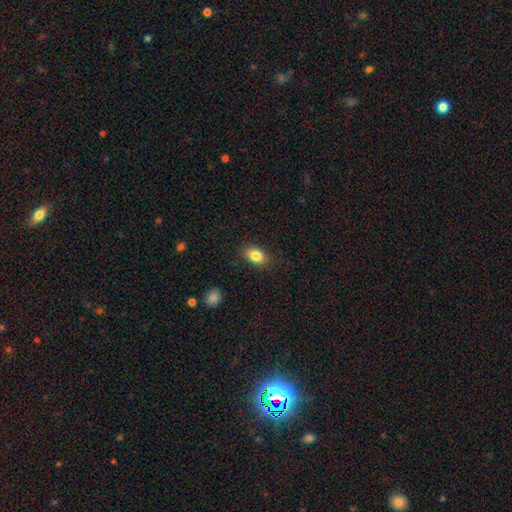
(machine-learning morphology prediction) The model was most divided on "how rounded": in between: 82%, round: 16%, cigar-shaped: 1%. More confident: merging — none (85%); smooth or featured — smooth (85%).